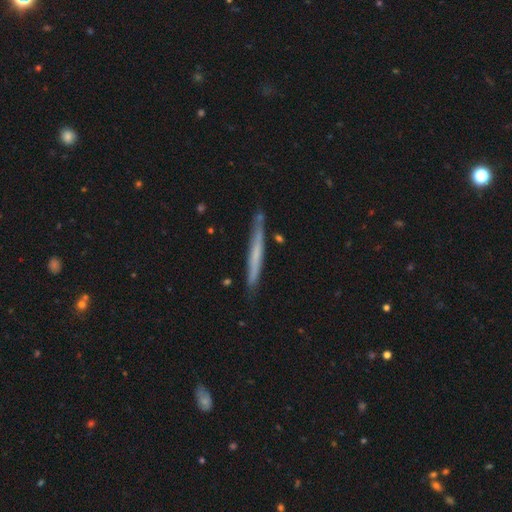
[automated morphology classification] smooth_or_featured: smooth (p=0.49) [alt: featured or disk p=0.45]
merging: none (p=0.84) [alt: minor disturbance p=0.12]